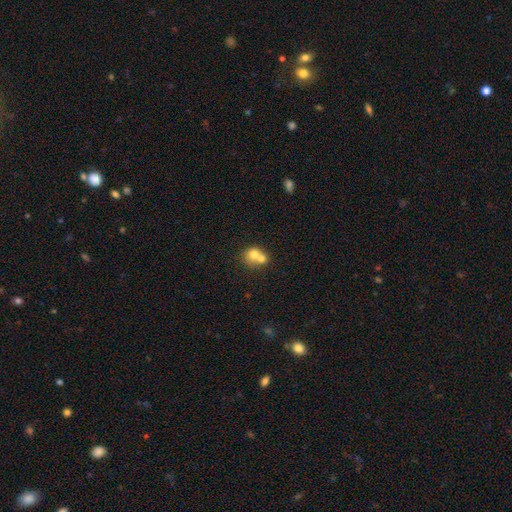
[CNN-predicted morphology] Q: Smooth or featured?
A: smooth (70%); runner-up: featured or disk (20%)
Q: How rounded?
A: round (73%); runner-up: in between (27%)
Q: Merging?
A: merger (65%); runner-up: none (26%)